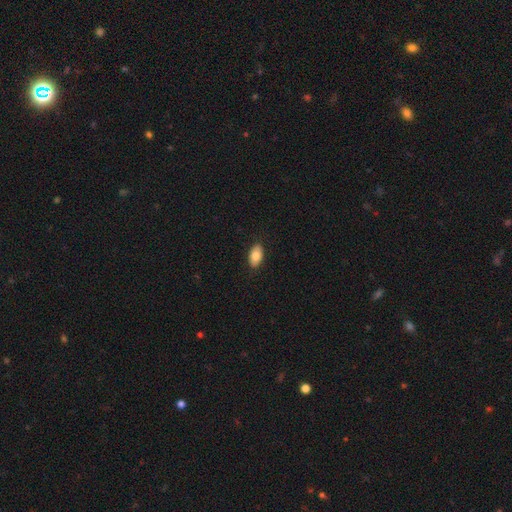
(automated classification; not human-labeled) Smooth or featured?
  - smooth: 81% *
  - featured or disk: 13%
  - star or artifact: 7%
How rounded?
  - in between: 93% *
  - round: 4%
  - cigar-shaped: 3%
Merging?
  - none: 88% *
  - minor disturbance: 9%
  - major disturbance: 2%
  - merger: 1%